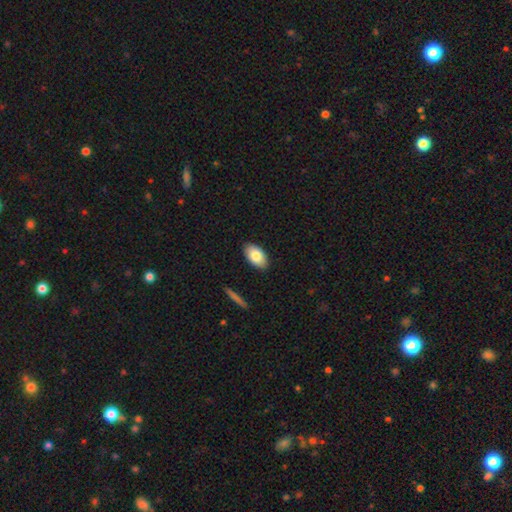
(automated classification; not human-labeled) This appears to be a smooth galaxy with no disk features (83%) that is in between round and cigar-shaped (94%). Merging: none (88%).